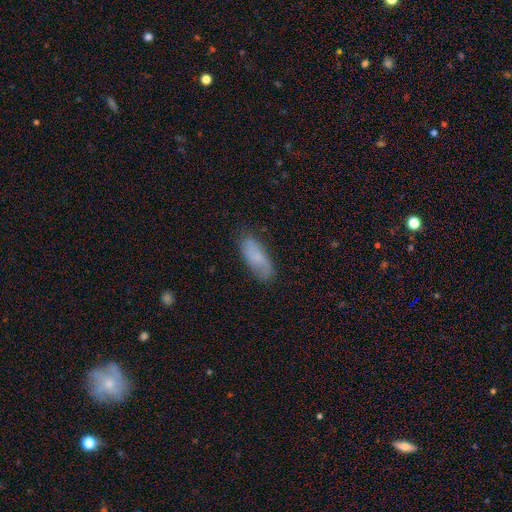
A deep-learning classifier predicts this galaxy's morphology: Smooth or featured? smooth (69%)
How rounded? in between (73%)
Merging? none (74%)